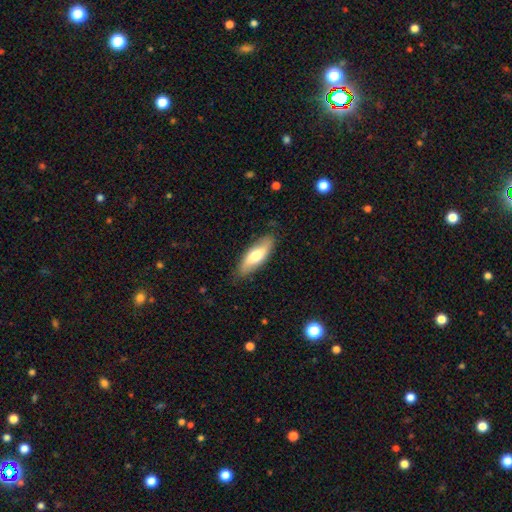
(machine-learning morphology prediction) Overall: smooth (65%; featured or disk 30%). How rounded: in between (63%; cigar-shaped 34%). Merging: none (83%).